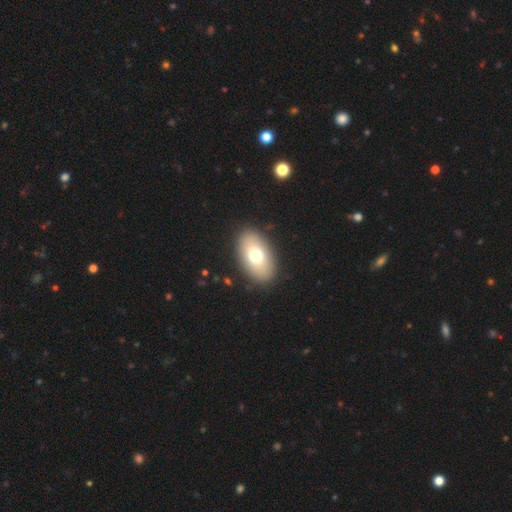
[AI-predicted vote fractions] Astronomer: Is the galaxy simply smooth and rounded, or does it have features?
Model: smooth — 71%.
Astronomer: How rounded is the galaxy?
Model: in between — 92%.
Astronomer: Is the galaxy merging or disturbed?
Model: none — 90%.